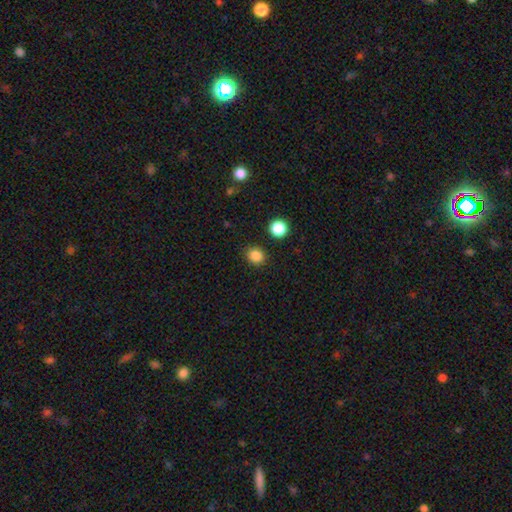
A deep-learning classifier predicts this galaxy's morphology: A smooth galaxy with no disk features (85%) that is round (75%). Merging: none (88%).